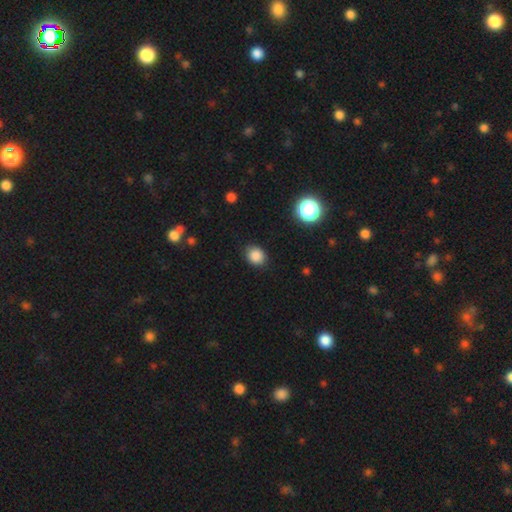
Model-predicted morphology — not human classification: smooth-or-featured: smooth: 85% | star or artifact: 11% | featured or disk: 4%
  how-rounded: round: 63% | in between: 36% | cigar-shaped: 1%
  merging: none: 85% | minor disturbance: 11% | major disturbance: 3% | merger: 1%